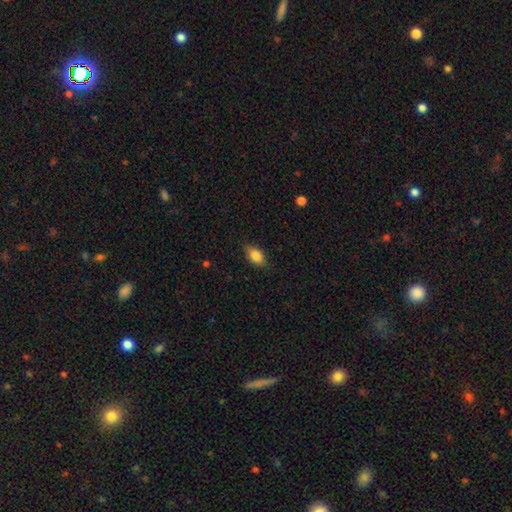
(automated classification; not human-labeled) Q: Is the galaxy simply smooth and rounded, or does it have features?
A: smooth — 85%.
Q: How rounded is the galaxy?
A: in between — 85%.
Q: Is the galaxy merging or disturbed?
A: none — 82%.